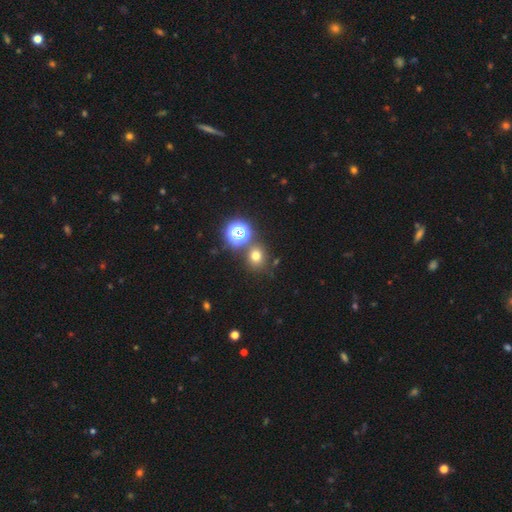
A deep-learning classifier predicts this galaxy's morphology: smooth 70%, star or artifact 22%, featured or disk 8%. Down the decision tree: how rounded — round (80%); merging — none (75%).